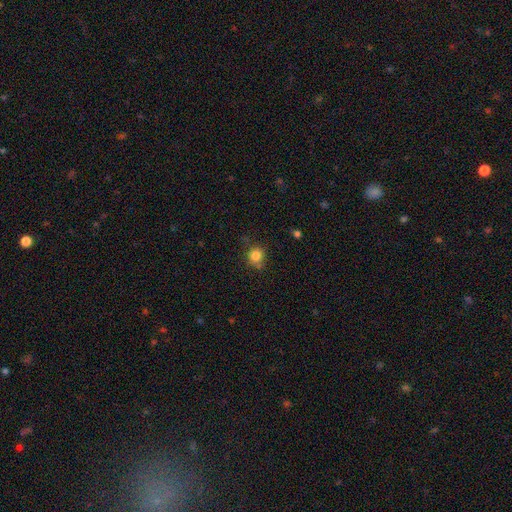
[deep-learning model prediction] smooth-or-featured: smooth: 82% | star or artifact: 12% | featured or disk: 6%
  how-rounded: round: 86% | in between: 13% | cigar-shaped: 1%
  merging: none: 73% | minor disturbance: 19% | major disturbance: 5% | merger: 4%